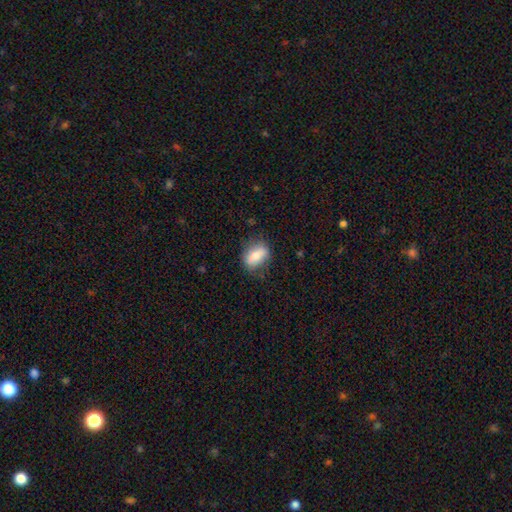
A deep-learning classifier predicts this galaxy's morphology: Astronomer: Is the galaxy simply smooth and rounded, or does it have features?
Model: smooth — 69%.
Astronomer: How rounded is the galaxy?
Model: in between — 78%.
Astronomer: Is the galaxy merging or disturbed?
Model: none — 75%.